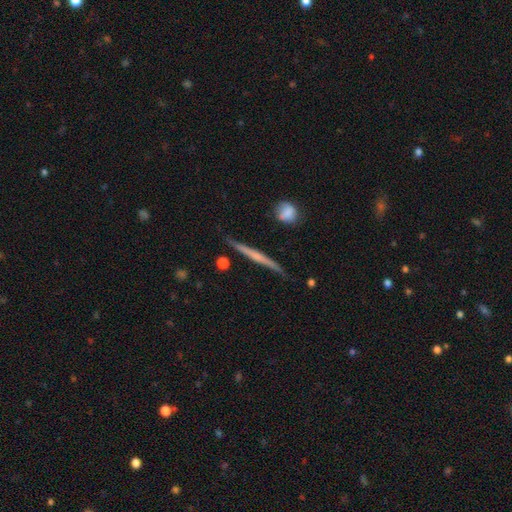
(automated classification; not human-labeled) Morphology: type=featured or disk (64%); edge-on=yes (97%); edge-on bulge=none (53%); merging=none (85%).